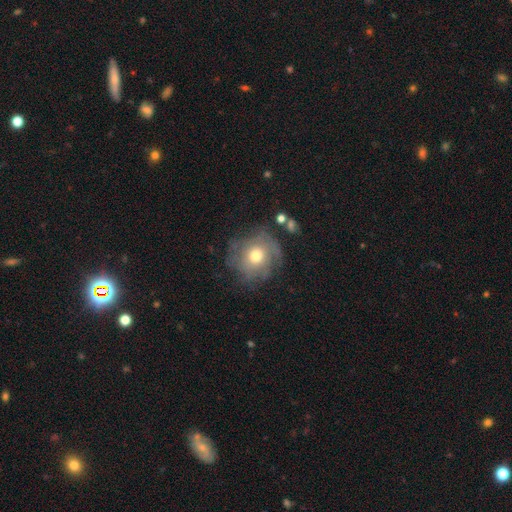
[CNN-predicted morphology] smooth_or_featured: featured or disk (p=0.47) [alt: smooth p=0.42]
merging: none (p=0.66) [alt: minor disturbance p=0.20]